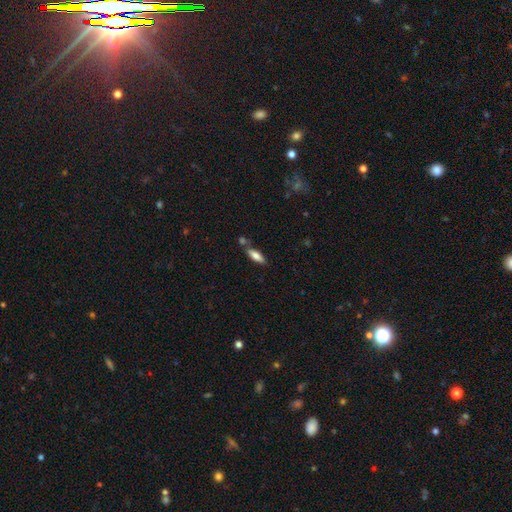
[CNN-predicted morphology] The model was most divided on "how rounded": in between: 60%, cigar-shaped: 38%, round: 2%. More confident: smooth or featured — smooth (75%); merging — none (67%).